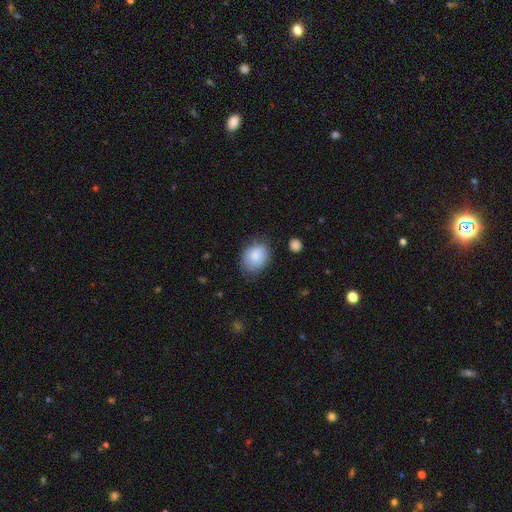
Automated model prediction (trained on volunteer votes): Overall: smooth (84%). How rounded: in between (57%; round 42%). Merging: none (70%).